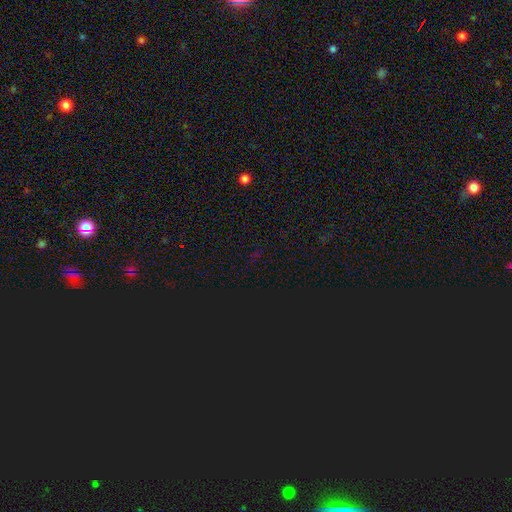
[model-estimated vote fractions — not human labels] The model was most divided on "smooth or featured": star or artifact: 76%, smooth: 17%, featured or disk: 7%.